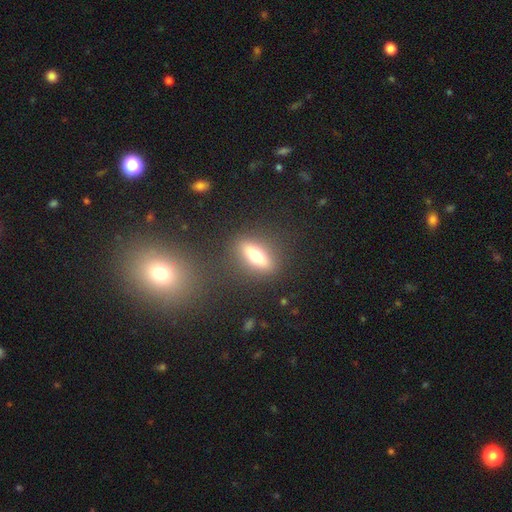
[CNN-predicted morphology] smooth 56%, featured or disk 34%, star or artifact 10%. Down the decision tree: how rounded — in between (52%); merging — none (84%).